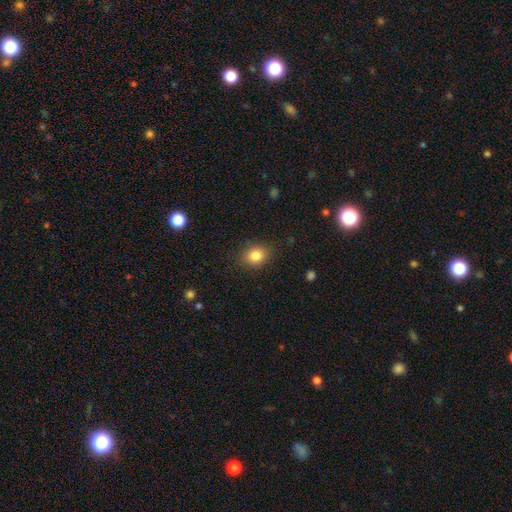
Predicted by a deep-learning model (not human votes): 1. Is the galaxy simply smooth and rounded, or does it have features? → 84% smooth, 10% star or artifact, 6% featured or disk.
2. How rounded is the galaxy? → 54% round, 45% in between, 1% cigar-shaped.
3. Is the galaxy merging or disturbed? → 86% none, 10% minor disturbance, 3% major disturbance, 1% merger.